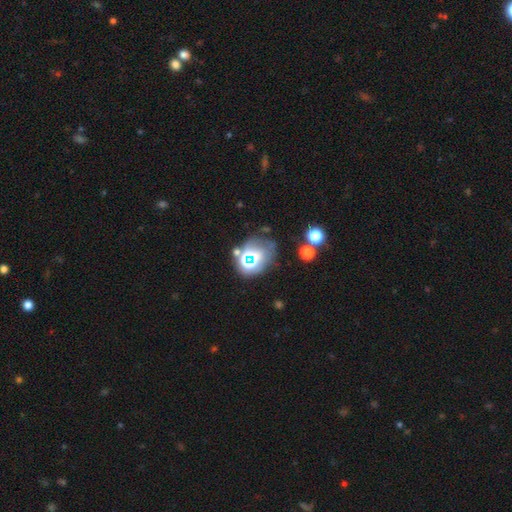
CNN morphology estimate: Smooth or featured? star or artifact (45%)